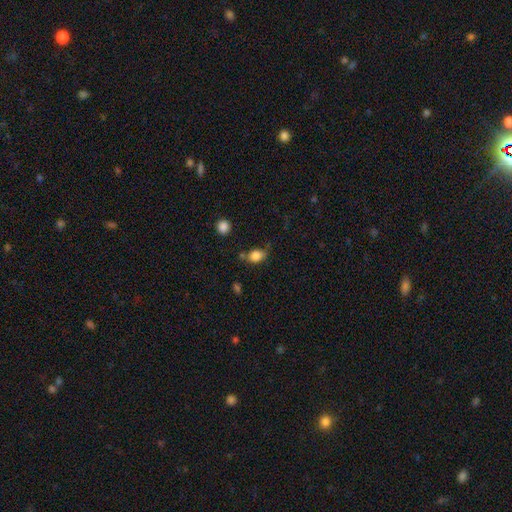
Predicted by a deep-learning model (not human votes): This is clearly a smooth galaxy (83%). How rounded: likely in between (67%). Merging: likely none (60%).